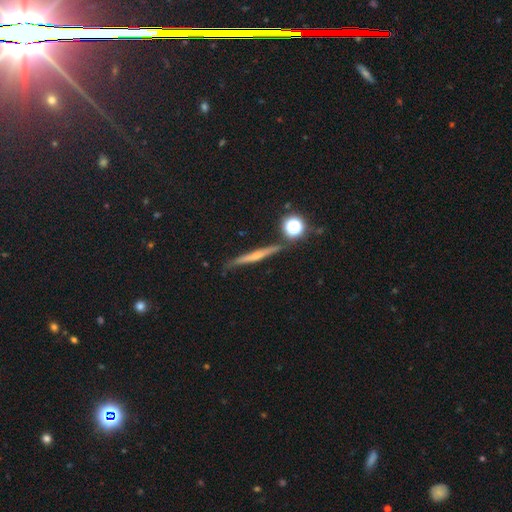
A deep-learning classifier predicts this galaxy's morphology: A featured or disk galaxy (54%) viewed edge-on (95%) with a rounded central bulge (47%).

Vote fractions:
- Smooth or featured? featured or disk: 54% / smooth: 34% / star or artifact: 12%
- Edge-on disk? yes: 95% / no: 5%
- Edge-on bulge? rounded: 47% / none: 44% / boxy: 9%
- Merging? none: 81% / minor disturbance: 13% / merger: 4% / major disturbance: 3%